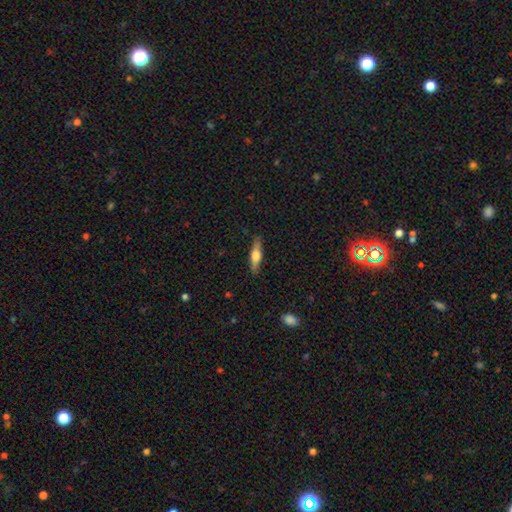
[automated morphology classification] A featured or disk galaxy (49%). Merging: none (87%).